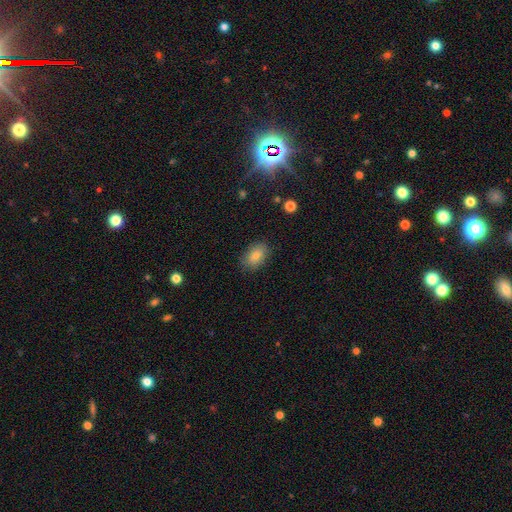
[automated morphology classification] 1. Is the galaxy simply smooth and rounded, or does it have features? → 77% smooth, 12% featured or disk, 11% star or artifact.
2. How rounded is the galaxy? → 85% in between, 13% round, 2% cigar-shaped.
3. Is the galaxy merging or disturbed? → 83% none, 13% minor disturbance, 3% major disturbance, 1% merger.